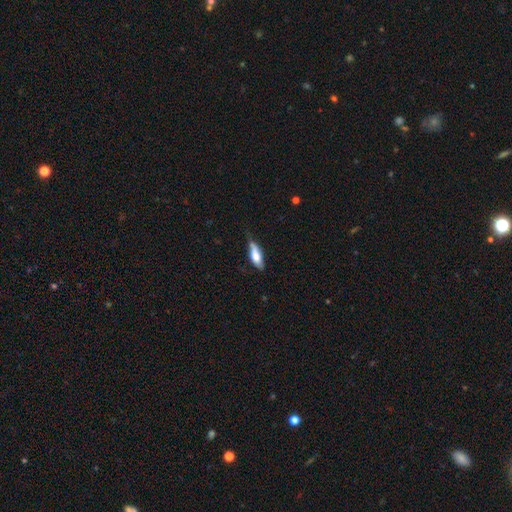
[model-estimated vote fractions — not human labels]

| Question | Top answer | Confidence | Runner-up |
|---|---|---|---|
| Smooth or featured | smooth | 68% | featured or disk (26%) |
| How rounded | in between | 64% | cigar-shaped (34%) |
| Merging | none | 49% | minor disturbance (38%) |